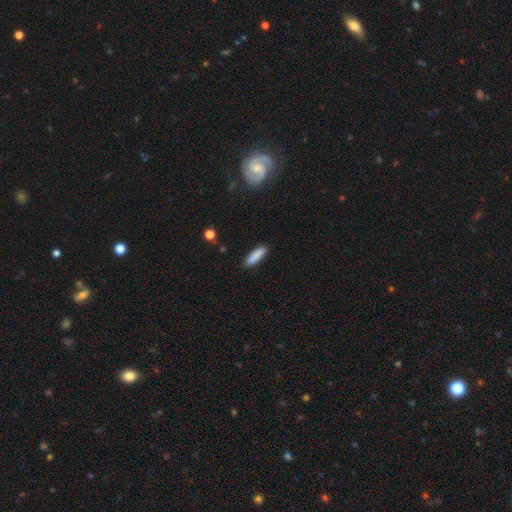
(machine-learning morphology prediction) Overall: smooth (87%). How rounded: cigar-shaped (67%; in between 32%). Merging: none (87%).